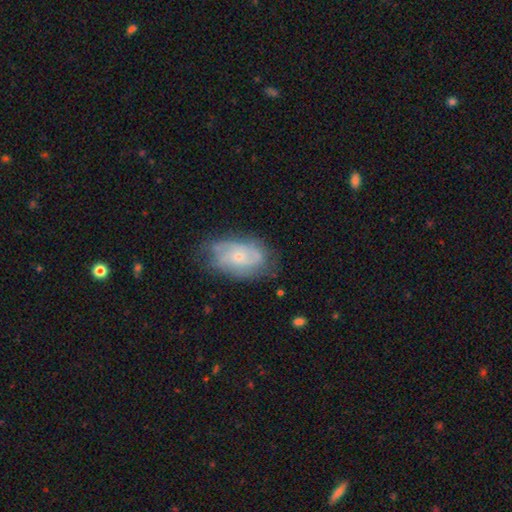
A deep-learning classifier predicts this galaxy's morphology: smooth-or-featured: featured or disk: 68% | smooth: 25% | star or artifact: 7%
  disk-edge-on: no: 96% | yes: 4%
    bar: no: 74% | weak: 23% | strong: 4%
    has-spiral-arms: yes: 84% | no: 16%
      spiral-winding: tight: 43% | medium: 41% | loose: 16%
      spiral-arm-count: can't tell: 37% | 2: 32% | 3: 17% | 4: 6% | 1: 4% | more than 4: 4%
    bulge-size: small: 75% | moderate: 20% | none: 3% | large: 1% | dominant: 1%
  merging: none: 63% | minor disturbance: 25% | major disturbance: 10% | merger: 2%